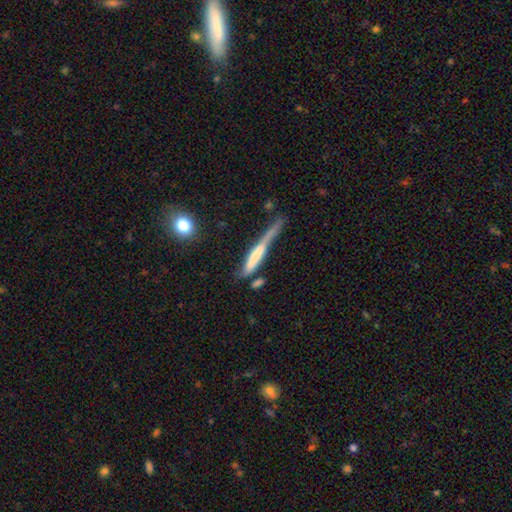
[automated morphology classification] Smooth or featured? Predicted: smooth (p=0.54). How rounded? Predicted: cigar-shaped (p=0.92). Merging? Predicted: none (p=0.36).